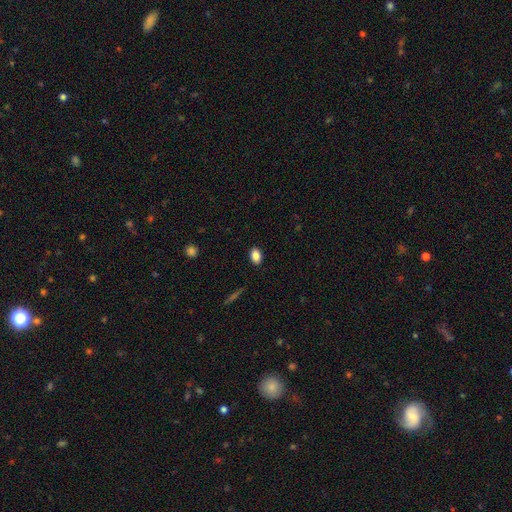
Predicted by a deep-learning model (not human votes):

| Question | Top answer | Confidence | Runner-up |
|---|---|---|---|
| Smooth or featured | smooth | 86% | star or artifact (9%) |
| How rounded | in between | 85% | round (14%) |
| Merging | none | 88% | minor disturbance (9%) |